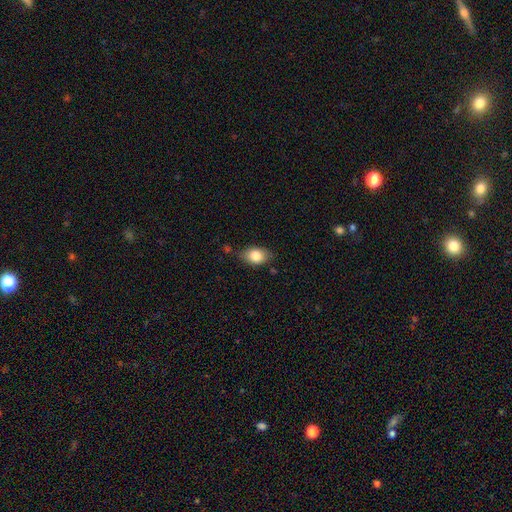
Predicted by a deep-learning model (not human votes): The model was most divided on "merging": none: 73%, minor disturbance: 20%, major disturbance: 4%, merger: 3%. More confident: how rounded — in between (84%); smooth or featured — smooth (81%).